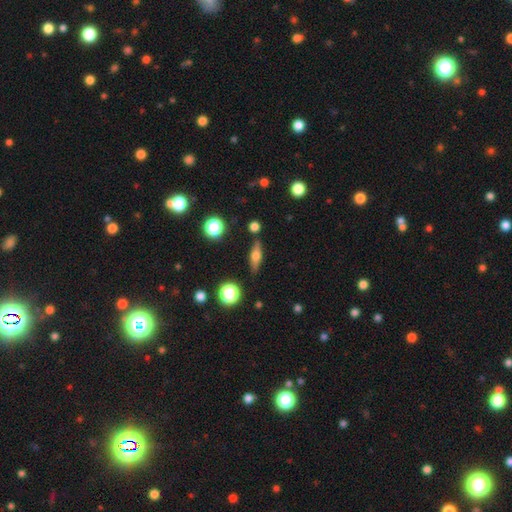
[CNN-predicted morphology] This appears to be a smooth galaxy with no disk features (50%). Merging: none (83%).